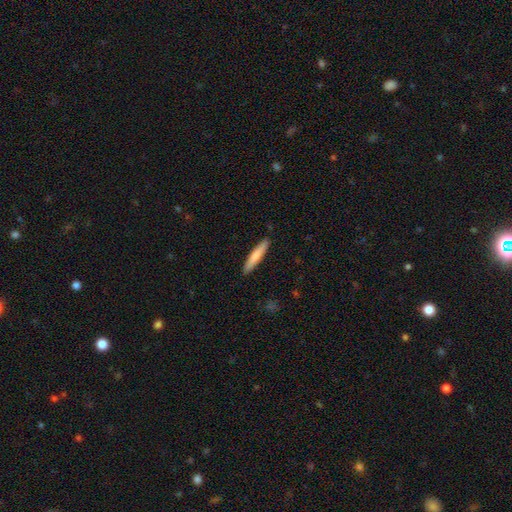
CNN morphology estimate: Smooth or featured?
  - smooth: 75% *
  - featured or disk: 20%
  - star or artifact: 5%
How rounded?
  - cigar-shaped: 92% *
  - in between: 7%
  - round: 1%
Merging?
  - none: 91% *
  - minor disturbance: 7%
  - major disturbance: 1%
  - merger: 1%